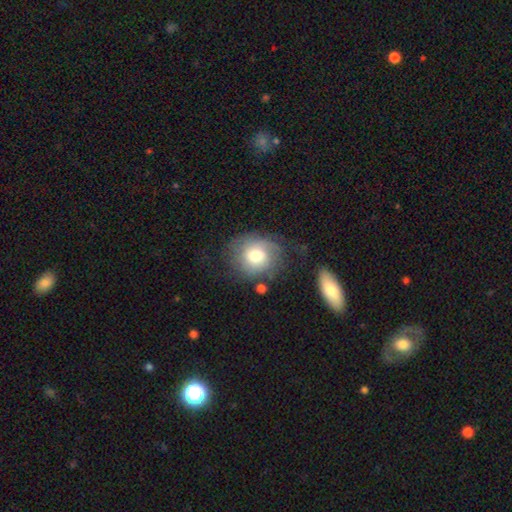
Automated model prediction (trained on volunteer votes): This appears to be a smooth galaxy with no disk features (60%) that is round (67%). Merging: none (57%).